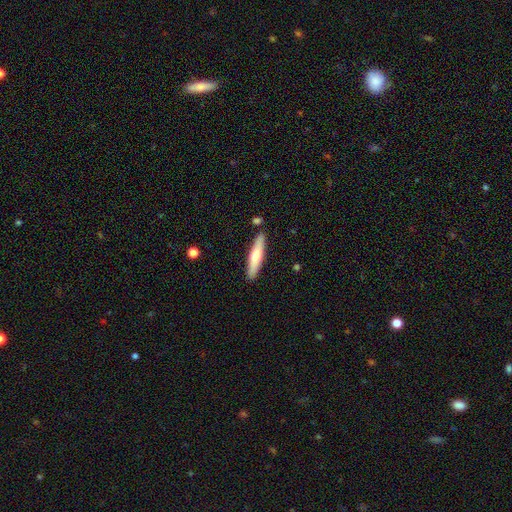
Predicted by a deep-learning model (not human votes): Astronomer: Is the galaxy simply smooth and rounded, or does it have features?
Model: smooth — 60%.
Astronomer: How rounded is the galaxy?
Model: cigar-shaped — 84%.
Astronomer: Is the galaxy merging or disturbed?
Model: none — 87%.